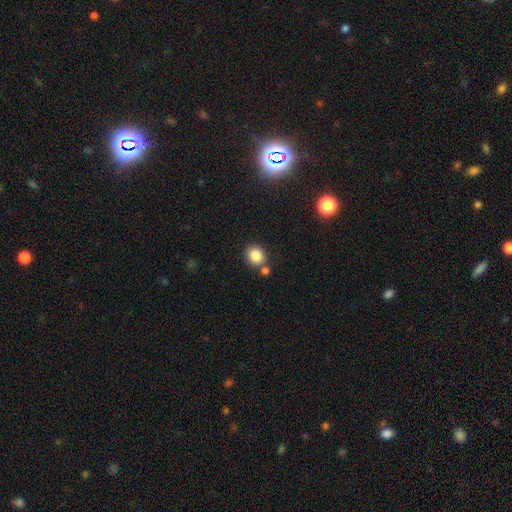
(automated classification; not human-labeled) Q: Smooth or featured?
A: smooth (85%); runner-up: star or artifact (10%)
Q: How rounded?
A: round (80%); runner-up: in between (19%)
Q: Merging?
A: none (72%); runner-up: merger (15%)